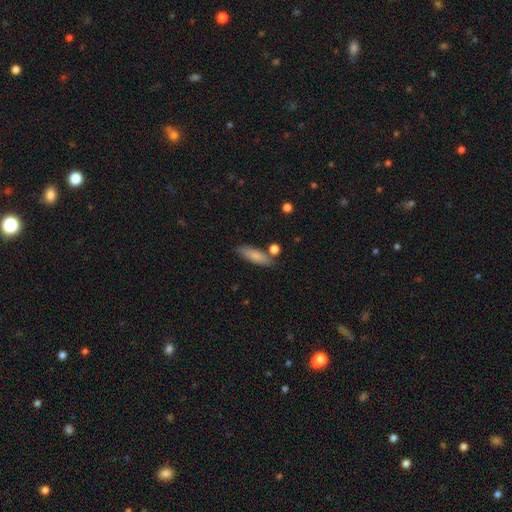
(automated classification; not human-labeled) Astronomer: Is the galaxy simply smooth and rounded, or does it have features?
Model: smooth — 82%.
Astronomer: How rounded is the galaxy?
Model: in between — 54% (runner-up: cigar-shaped, 44%).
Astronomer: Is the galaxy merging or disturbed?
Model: none — 75%.